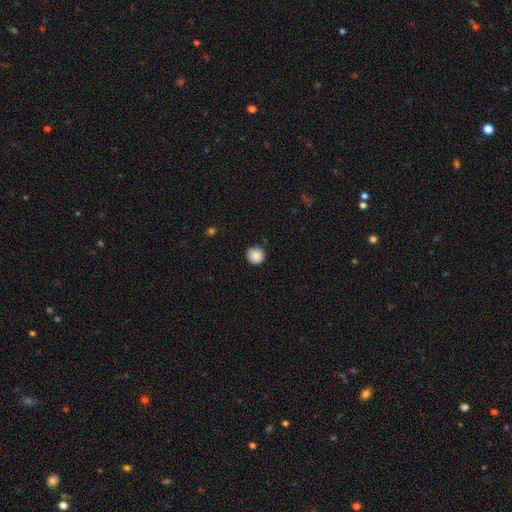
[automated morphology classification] A smooth galaxy with no disk features (87%) that is round (92%).

Vote fractions:
- Smooth or featured? smooth: 87% / star or artifact: 9% / featured or disk: 4%
- How rounded? round: 92% / in between: 7% / cigar-shaped: 1%
- Merging? none: 89% / minor disturbance: 8% / major disturbance: 2% / merger: 1%